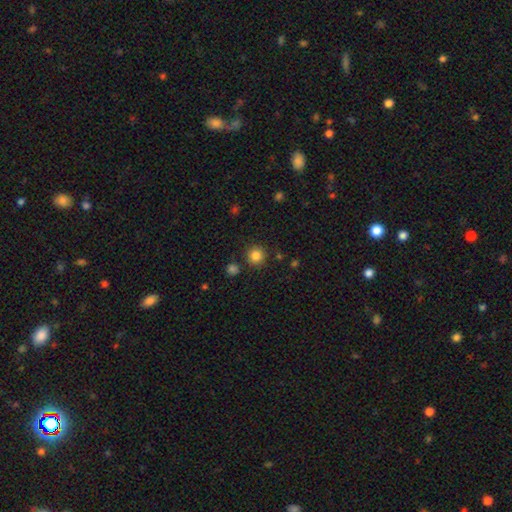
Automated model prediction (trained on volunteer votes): Smooth or featured? Predicted: smooth (p=0.84). How rounded? Predicted: round (p=0.94). Merging? Predicted: none (p=0.87).